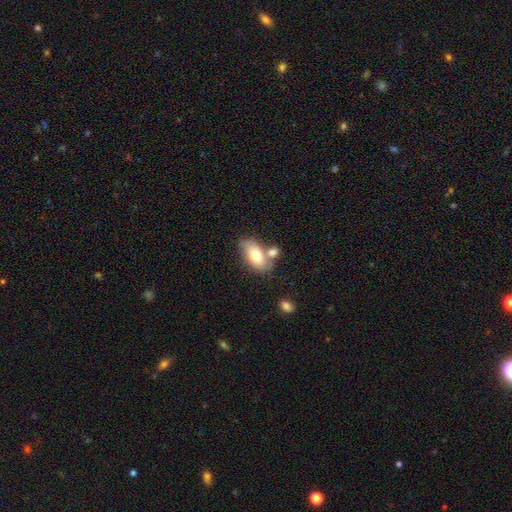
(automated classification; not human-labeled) Smooth or featured: smooth — 72% (featured or disk — 21%)
How rounded: in between — 91% (round — 5%)
Merging: none — 49% (merger — 33%)